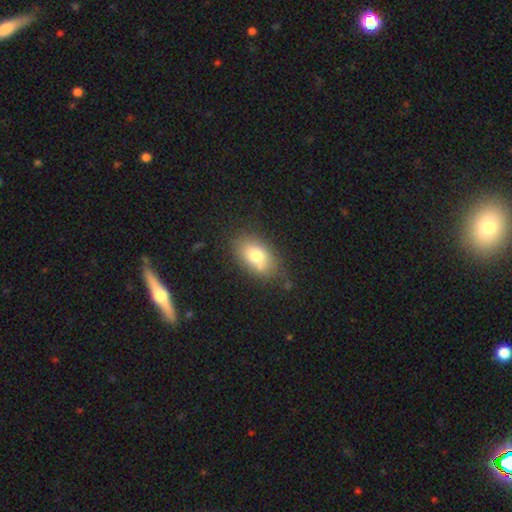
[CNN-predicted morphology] A smooth galaxy with no disk features (75%) that is in between round and cigar-shaped (85%).

Vote fractions:
- Smooth or featured? smooth: 75% / featured or disk: 16% / star or artifact: 9%
- How rounded? in between: 85% / round: 13% / cigar-shaped: 2%
- Merging? none: 66% / minor disturbance: 20% / merger: 8% / major disturbance: 6%